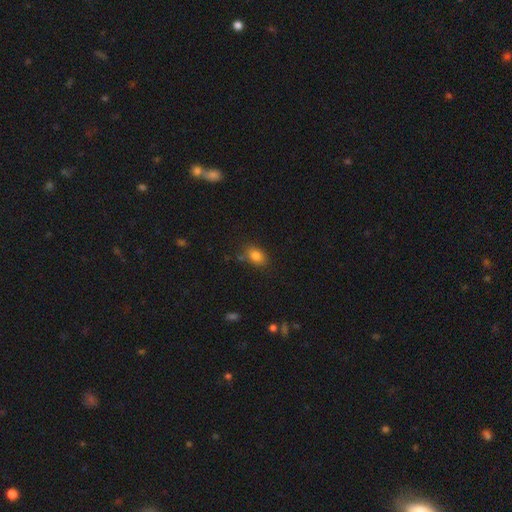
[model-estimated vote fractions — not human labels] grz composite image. It shows a smooth galaxy with no disk features (82%) that is in between round and cigar-shaped (80%). Merging: none (77%).